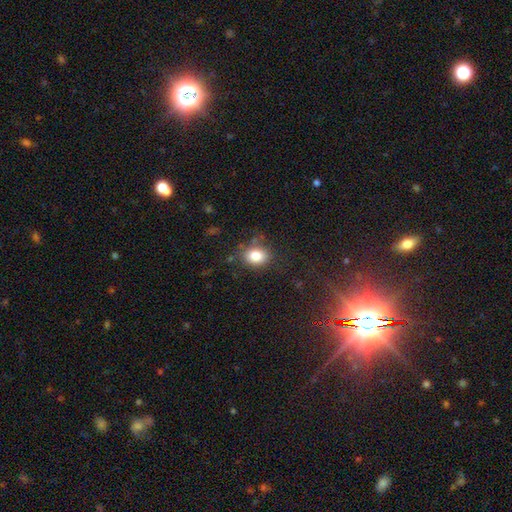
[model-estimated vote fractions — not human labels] smooth 82%, star or artifact 10%, featured or disk 8%. Down the decision tree: how rounded — in between (51%); merging — none (77%).